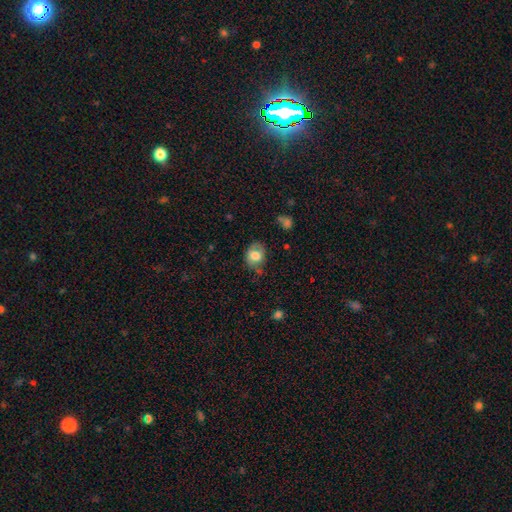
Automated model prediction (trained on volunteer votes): Smooth or featured? Predicted: smooth (p=0.72). How rounded? Predicted: in between (p=0.51). Merging? Predicted: none (p=0.59).